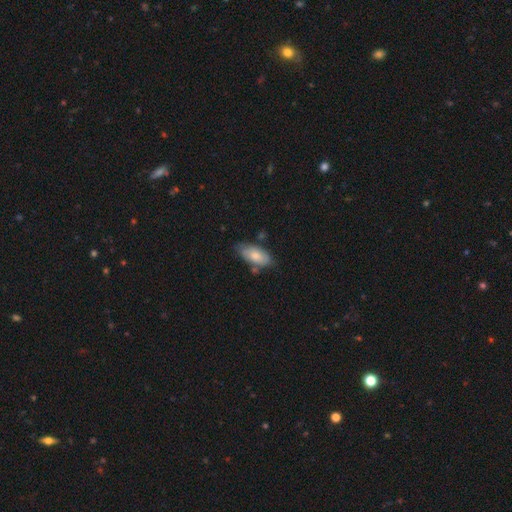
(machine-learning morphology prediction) Overall: smooth (71%). How rounded: in between (91%). Merging: none (64%; minor disturbance 25%).